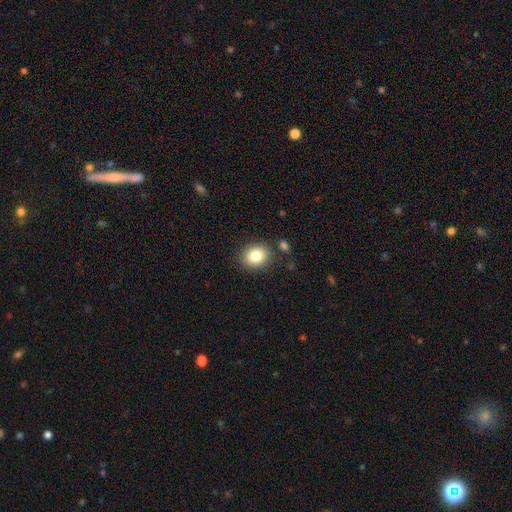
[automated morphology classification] smooth_or_featured: smooth (p=0.83) [alt: star or artifact p=0.10]
how_rounded: round (p=0.66) [alt: in between p=0.33]
merging: none (p=0.85) [alt: minor disturbance p=0.09]